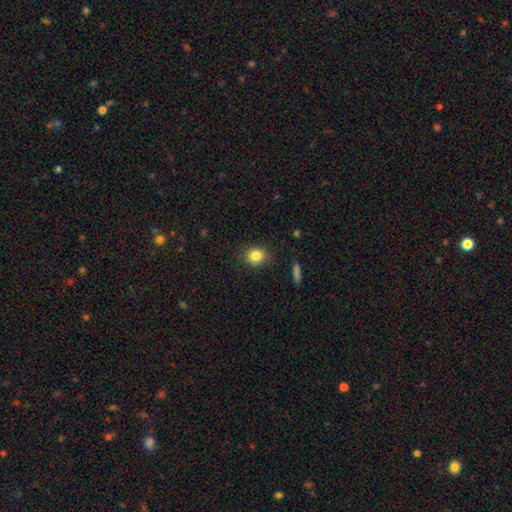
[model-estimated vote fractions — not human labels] Overall: smooth (84%). How rounded: round (72%). Merging: none (87%).